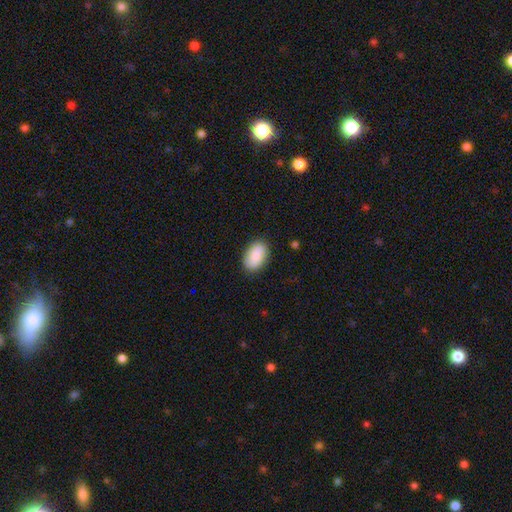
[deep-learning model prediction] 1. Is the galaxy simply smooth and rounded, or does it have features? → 88% smooth, 6% featured or disk, 6% star or artifact.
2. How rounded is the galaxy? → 93% in between, 6% round, 2% cigar-shaped.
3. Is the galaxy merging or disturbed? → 86% none, 11% minor disturbance, 3% major disturbance, 1% merger.